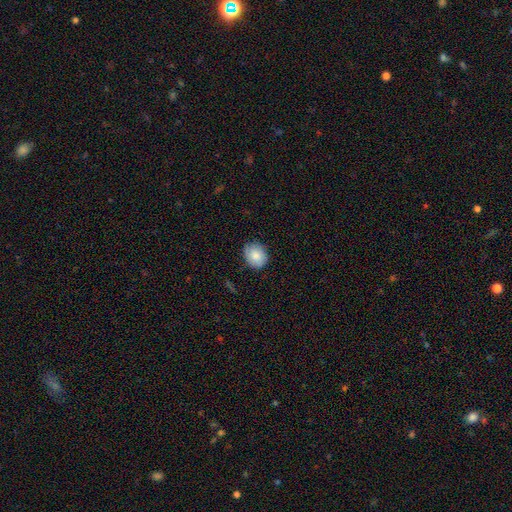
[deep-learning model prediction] This appears to be a smooth galaxy with no disk features (81%) that is round (69%). Merging: none (78%).